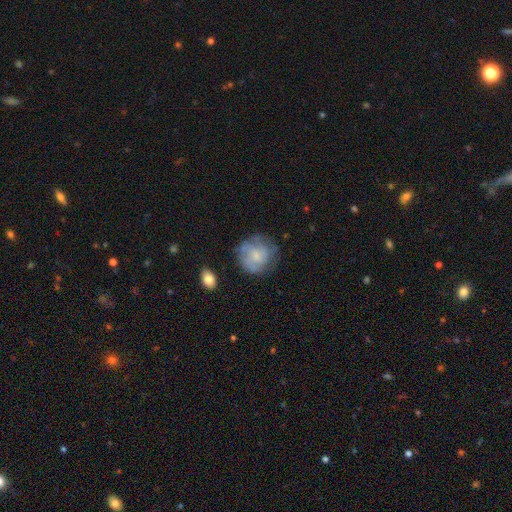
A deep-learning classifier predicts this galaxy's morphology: type=featured or disk (48%); merging=none (65%).